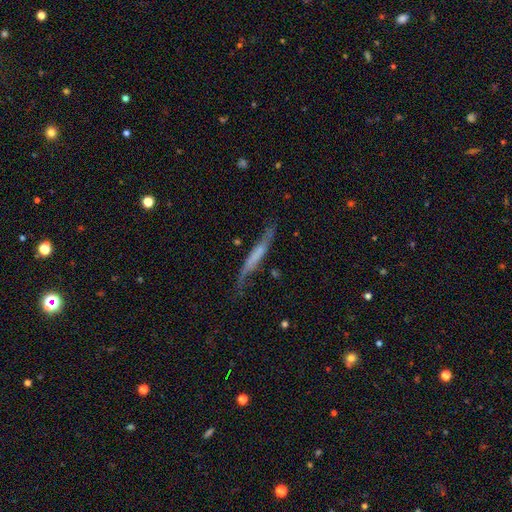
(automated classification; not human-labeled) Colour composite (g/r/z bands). It shows a featured or disk galaxy (54%) viewed edge-on (72%). Merging: none (53%).